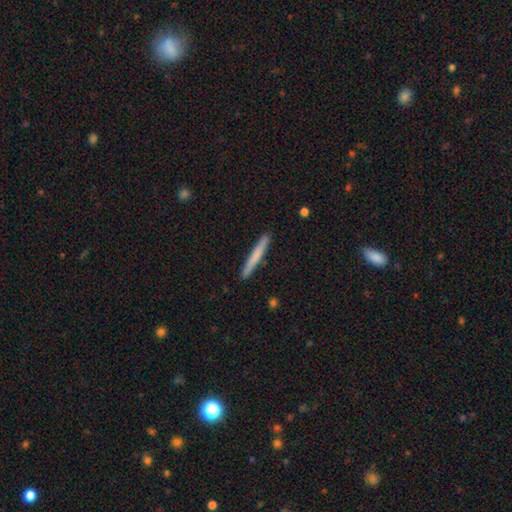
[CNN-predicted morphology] smooth-or-featured: smooth: 70% | featured or disk: 25% | star or artifact: 5%
  how-rounded: cigar-shaped: 97% | in between: 2% | round: 1%
  merging: none: 91% | minor disturbance: 6% | major disturbance: 1% | merger: 1%